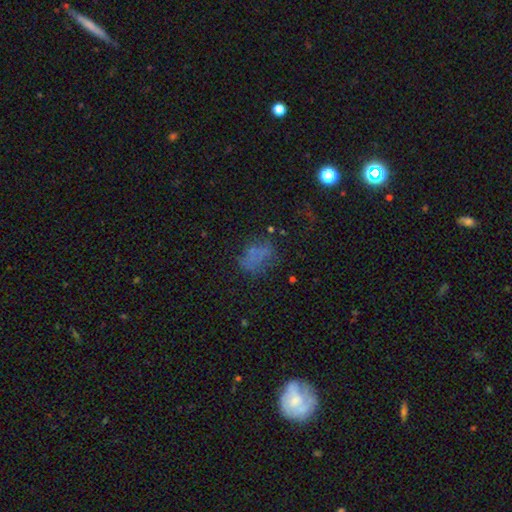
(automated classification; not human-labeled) Q: Smooth or featured?
A: smooth (54%); runner-up: featured or disk (24%)
Q: How rounded?
A: in between (74%); runner-up: round (23%)
Q: Merging?
A: none (52%); runner-up: minor disturbance (22%)